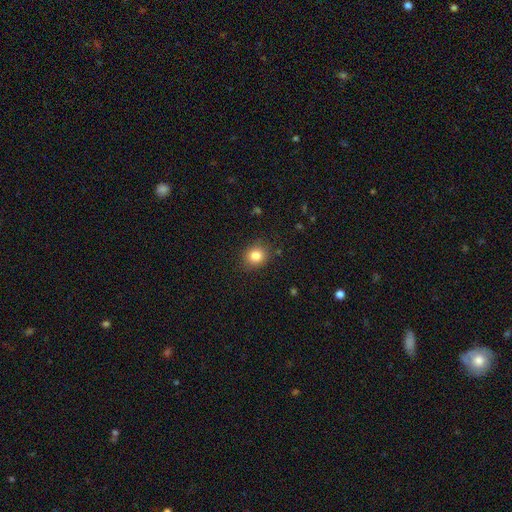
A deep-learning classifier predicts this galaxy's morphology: smooth 83%, star or artifact 11%, featured or disk 6%. Down the decision tree: how rounded — round (73%); merging — none (86%).